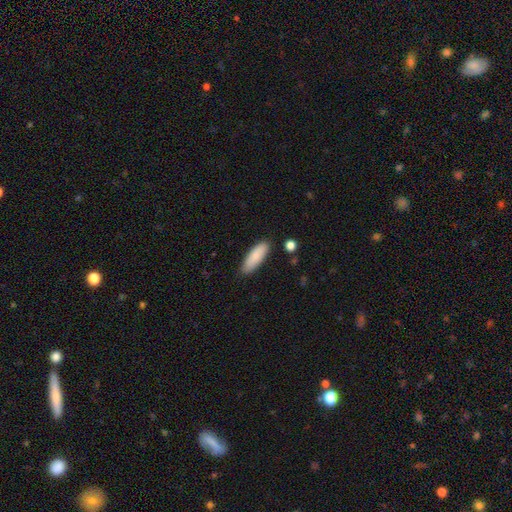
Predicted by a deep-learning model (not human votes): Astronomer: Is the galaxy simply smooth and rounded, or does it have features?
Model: smooth — 87%.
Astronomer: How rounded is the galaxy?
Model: in between — 58% (runner-up: cigar-shaped, 41%).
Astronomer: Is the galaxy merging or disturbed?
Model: none — 84%.